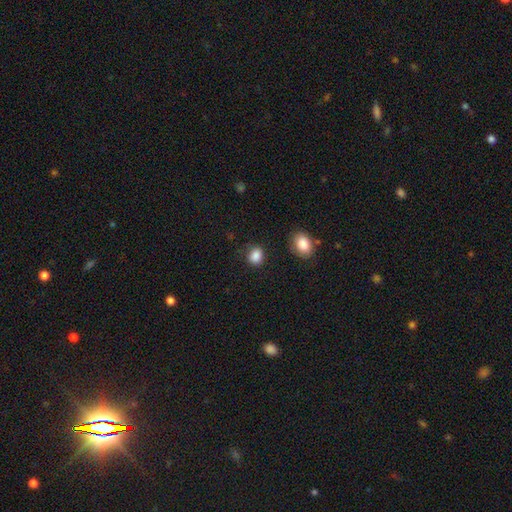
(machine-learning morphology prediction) smooth 87%, star or artifact 10%, featured or disk 4%. Down the decision tree: how rounded — round (57%); merging — none (80%).